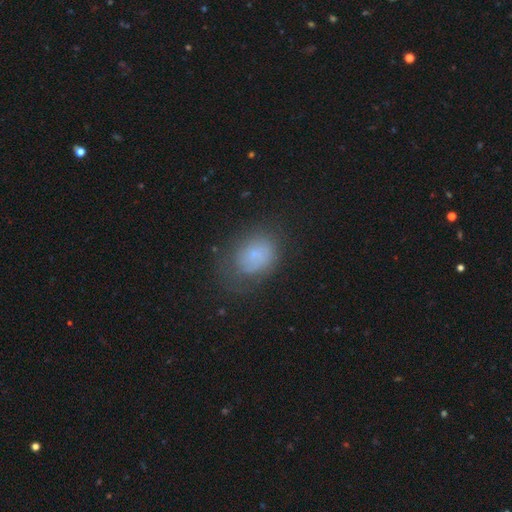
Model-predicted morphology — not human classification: Overall: smooth (68%). How rounded: in between (59%; round 40%). Merging: none (57%; minor disturbance 25%).